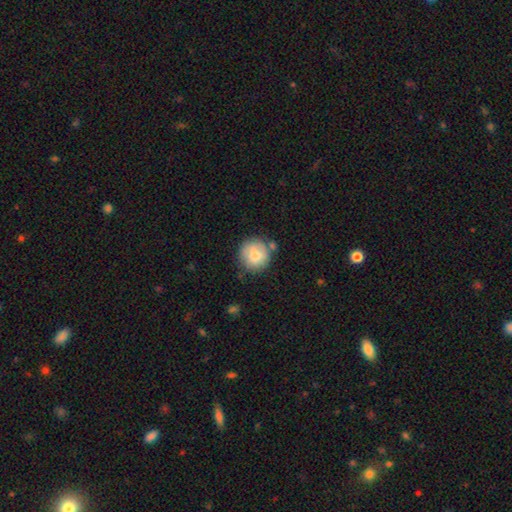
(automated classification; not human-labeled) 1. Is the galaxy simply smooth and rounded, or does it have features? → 72% smooth, 20% featured or disk, 8% star or artifact.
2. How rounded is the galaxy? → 92% round, 7% in between, 1% cigar-shaped.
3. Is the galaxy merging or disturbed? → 71% none, 17% minor disturbance, 8% merger, 5% major disturbance.